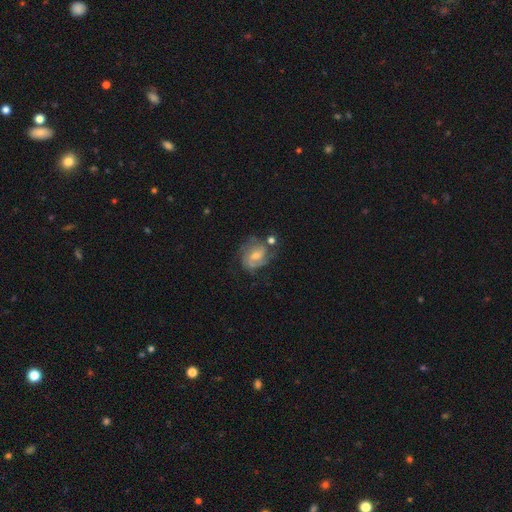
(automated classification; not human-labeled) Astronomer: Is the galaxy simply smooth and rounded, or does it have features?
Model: featured or disk — 69%.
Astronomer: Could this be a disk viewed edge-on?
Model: no — 97%.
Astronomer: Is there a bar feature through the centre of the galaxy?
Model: no — 48% (runner-up: weak, 44%).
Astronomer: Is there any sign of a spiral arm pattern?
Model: yes — 84%.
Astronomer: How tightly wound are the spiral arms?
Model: medium — 42% (runner-up: tight, 40%).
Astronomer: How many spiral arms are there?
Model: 2 — 36% (runner-up: can't tell, 33%).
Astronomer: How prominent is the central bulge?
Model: moderate — 52% (runner-up: small, 39%).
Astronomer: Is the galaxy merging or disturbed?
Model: none — 48% (runner-up: minor disturbance, 24%).